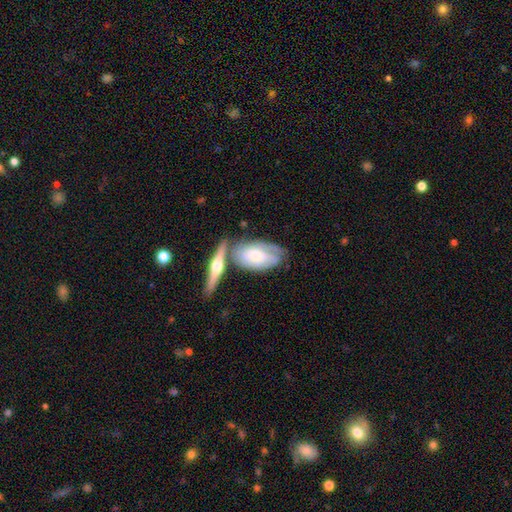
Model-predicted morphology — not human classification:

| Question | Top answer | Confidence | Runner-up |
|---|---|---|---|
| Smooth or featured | featured or disk | 55% | smooth (40%) |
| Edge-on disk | no | 73% | yes (27%) |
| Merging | none | 49% | merger (24%) |